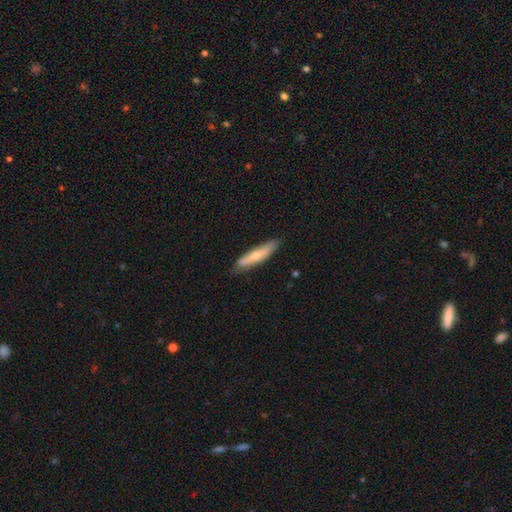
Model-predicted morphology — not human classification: smooth-or-featured: smooth: 58% | featured or disk: 37% | star or artifact: 5%
  how-rounded: cigar-shaped: 83% | in between: 16% | round: 2%
  merging: none: 80% | minor disturbance: 16% | major disturbance: 3% | merger: 1%